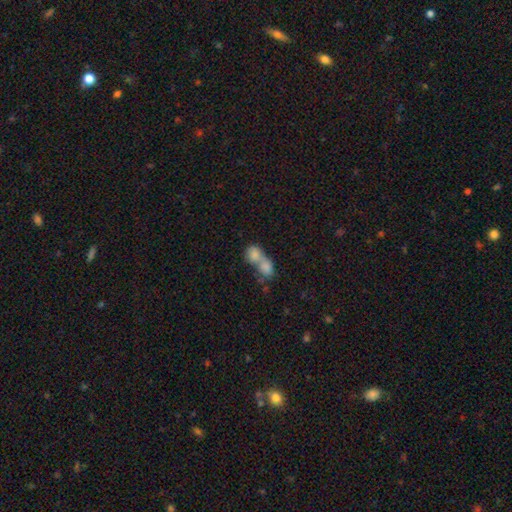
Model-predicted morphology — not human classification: The model was most divided on "how rounded": in between: 55%, round: 43%, cigar-shaped: 3%. More confident: smooth or featured — smooth (79%); merging — merger (79%).